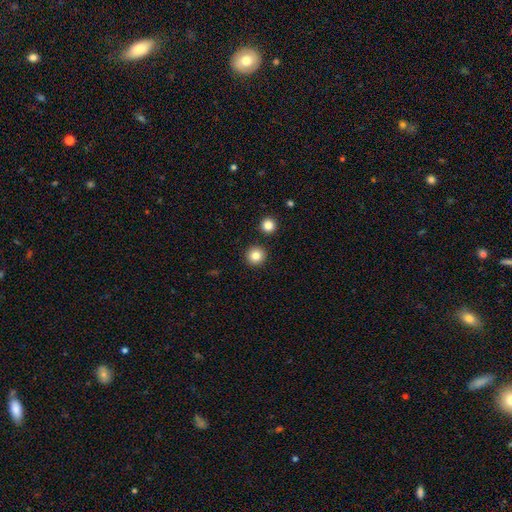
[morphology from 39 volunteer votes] Smooth or featured? 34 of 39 (87%) said smooth. How rounded? 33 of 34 (97%) said round. Merging? 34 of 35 (97%) said none.